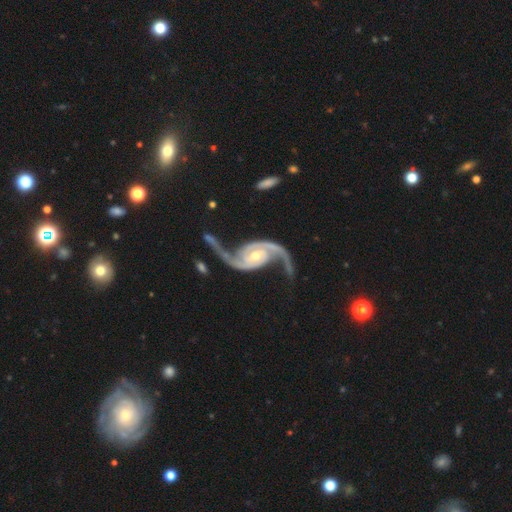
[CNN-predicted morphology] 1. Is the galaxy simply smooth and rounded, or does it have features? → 94% featured or disk, 4% star or artifact, 2% smooth.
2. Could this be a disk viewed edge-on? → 98% no, 2% yes.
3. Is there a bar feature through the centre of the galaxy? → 52% no, 32% weak, 16% strong.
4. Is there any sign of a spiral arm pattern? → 99% yes, 1% no.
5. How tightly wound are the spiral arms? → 49% loose, 39% medium, 12% tight.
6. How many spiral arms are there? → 94% 2, 1% can't tell, 1% 3, 1% 1, 1% 4, 1% more than 4.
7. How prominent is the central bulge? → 60% moderate, 34% small, 3% large, 1% none, 1% dominant.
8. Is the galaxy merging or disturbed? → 66% none, 17% minor disturbance, 13% major disturbance, 4% merger.